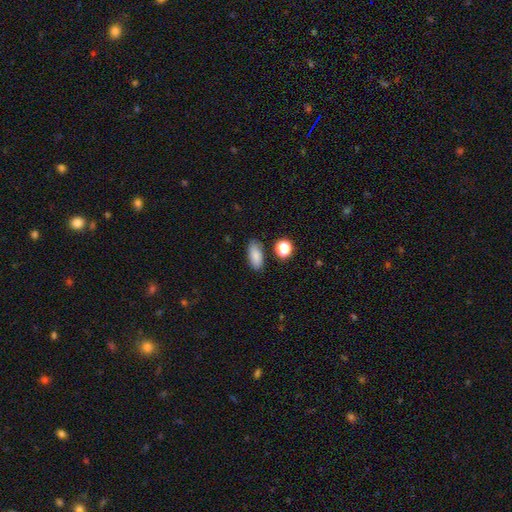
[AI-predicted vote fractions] Overall: smooth (83%). How rounded: in between (83%). Merging: none (82%).